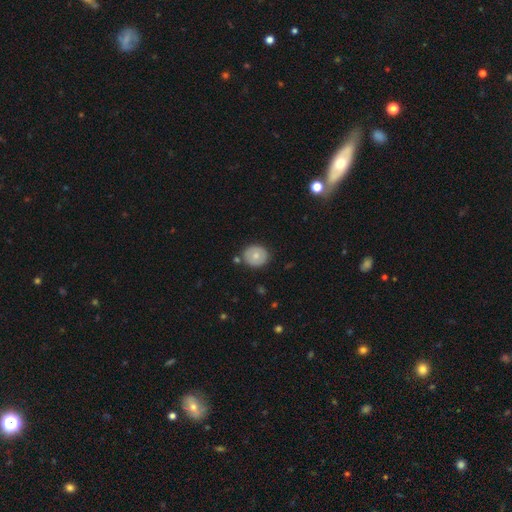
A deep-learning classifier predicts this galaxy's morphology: This appears to be a smooth galaxy with no disk features (71%) that is round (79%). Merging: none (81%).